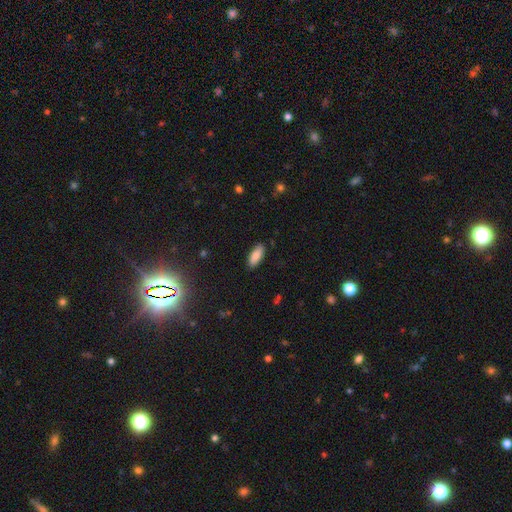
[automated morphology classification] Smooth or featured: smooth — 86% (featured or disk — 7%)
How rounded: in between — 77% (cigar-shaped — 22%)
Merging: none — 88% (minor disturbance — 9%)